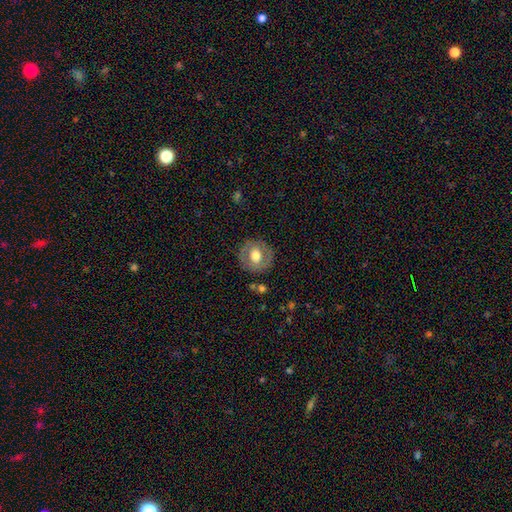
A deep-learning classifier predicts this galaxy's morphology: type=smooth (51%); roundness=round (88%); merging=none (84%).